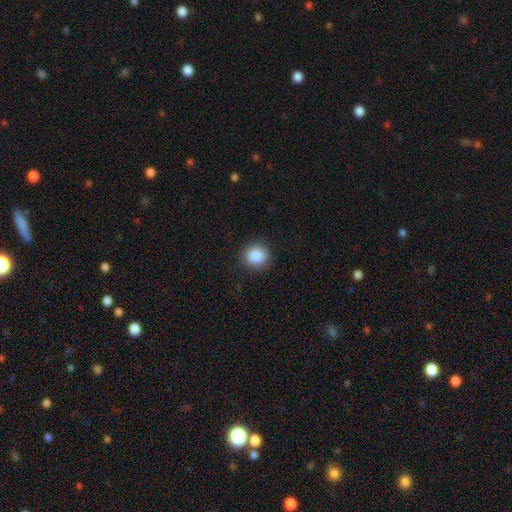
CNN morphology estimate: Smooth or featured?
  - smooth: 88% *
  - star or artifact: 9%
  - featured or disk: 3%
How rounded?
  - round: 91% *
  - in between: 8%
  - cigar-shaped: 1%
Merging?
  - none: 90% *
  - minor disturbance: 7%
  - major disturbance: 2%
  - merger: 1%